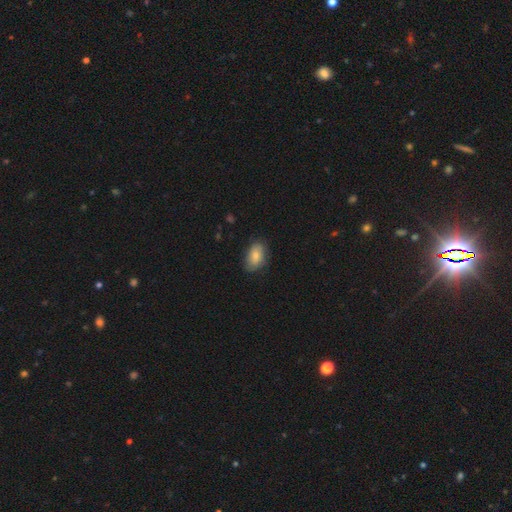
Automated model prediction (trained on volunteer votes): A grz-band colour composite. It shows a smooth galaxy with no disk features (78%) that is in between round and cigar-shaped (89%). Merging: none (77%).